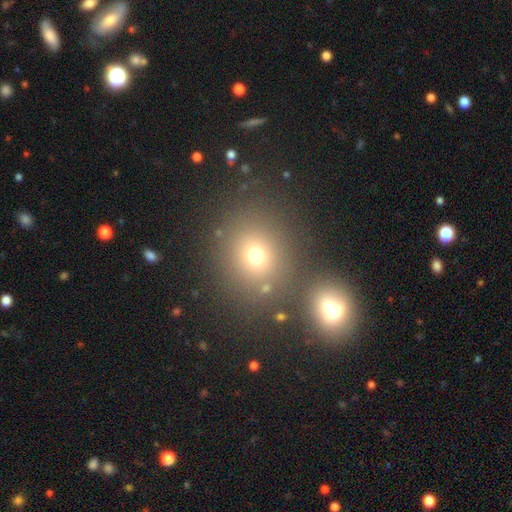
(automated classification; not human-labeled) The model was most divided on "merging": none: 66%, merger: 21%, minor disturbance: 9%, major disturbance: 4%. More confident: how rounded — round (76%); smooth or featured — smooth (70%).